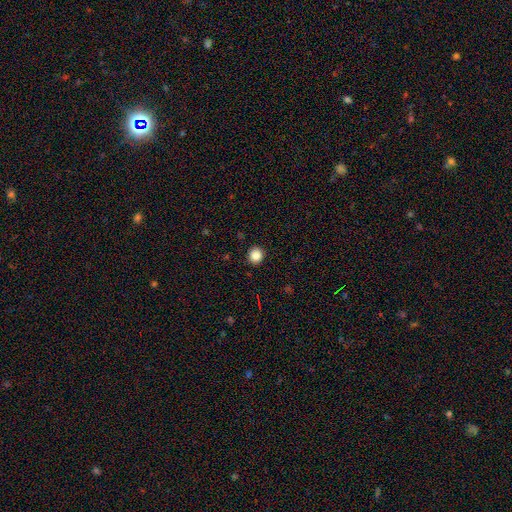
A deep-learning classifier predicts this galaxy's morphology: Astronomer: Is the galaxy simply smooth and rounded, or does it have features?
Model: smooth — 84%.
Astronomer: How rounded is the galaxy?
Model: round — 91%.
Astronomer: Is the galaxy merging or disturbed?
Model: none — 92%.